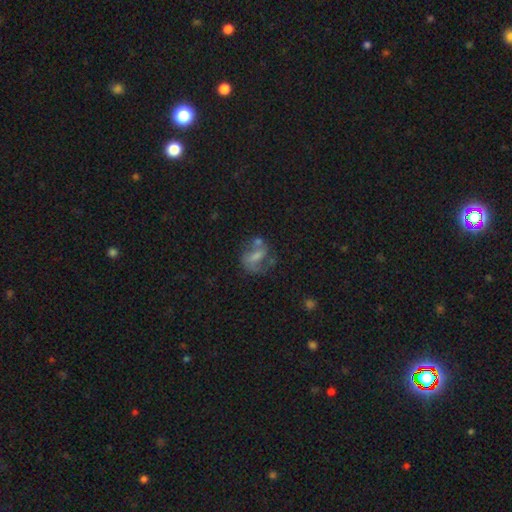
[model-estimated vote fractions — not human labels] Morphology: type=featured or disk (49%); merging=none (37%).